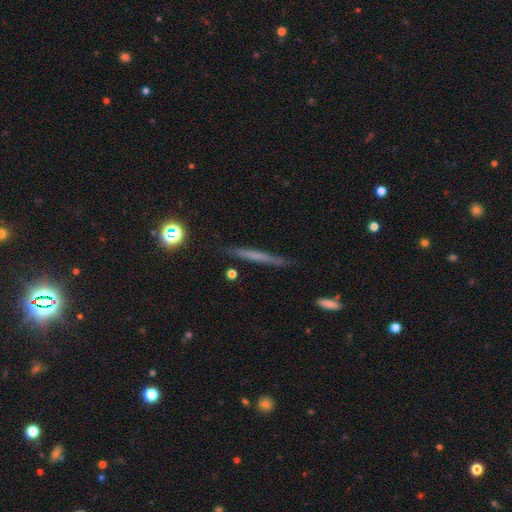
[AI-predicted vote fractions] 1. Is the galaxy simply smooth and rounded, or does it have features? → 49% smooth, 41% featured or disk, 9% star or artifact.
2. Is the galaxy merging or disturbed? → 86% none, 10% minor disturbance, 2% major disturbance, 2% merger.